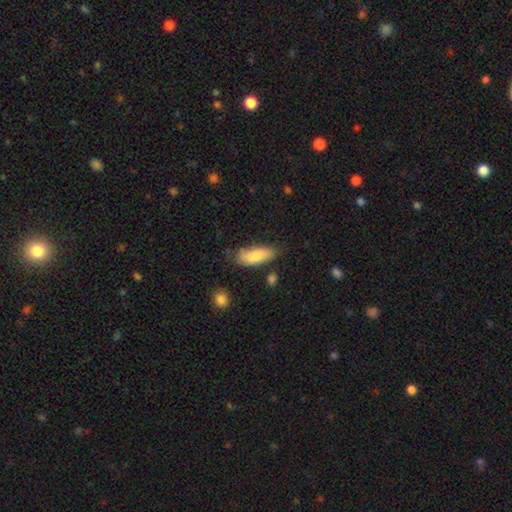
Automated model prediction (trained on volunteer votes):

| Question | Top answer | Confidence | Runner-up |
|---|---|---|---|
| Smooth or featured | smooth | 79% | featured or disk (15%) |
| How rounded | in between | 76% | cigar-shaped (22%) |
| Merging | none | 63% | minor disturbance (26%) |